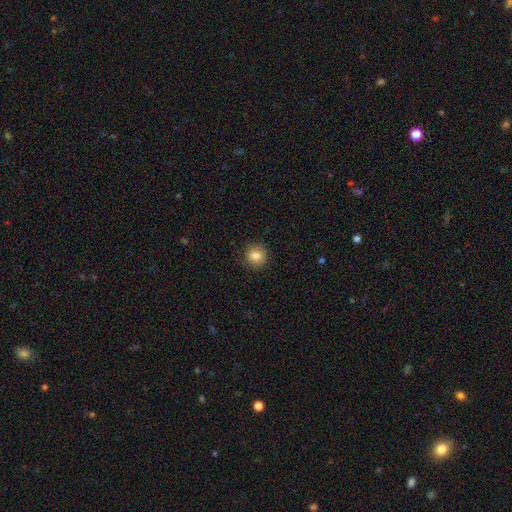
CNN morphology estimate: A smooth galaxy with no disk features (85%) that is round (89%).

Vote fractions:
- Smooth or featured? smooth: 85% / star or artifact: 9% / featured or disk: 6%
- How rounded? round: 89% / in between: 10% / cigar-shaped: 1%
- Merging? none: 88% / minor disturbance: 8% / major disturbance: 2% / merger: 1%